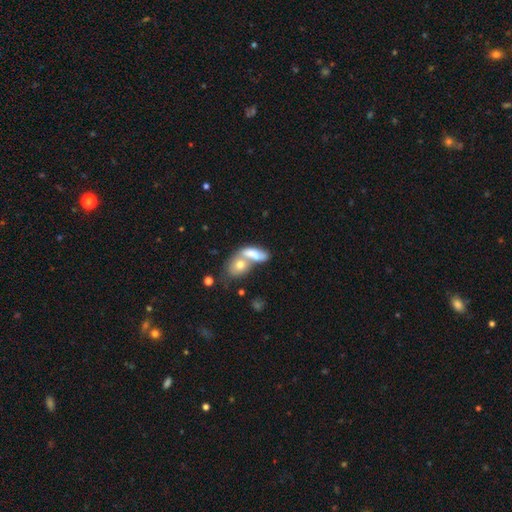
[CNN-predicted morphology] The model was most divided on "merging": merger: 62%, none: 23%, minor disturbance: 8%, major disturbance: 6%. More confident: how rounded — in between (74%); smooth or featured — smooth (67%).